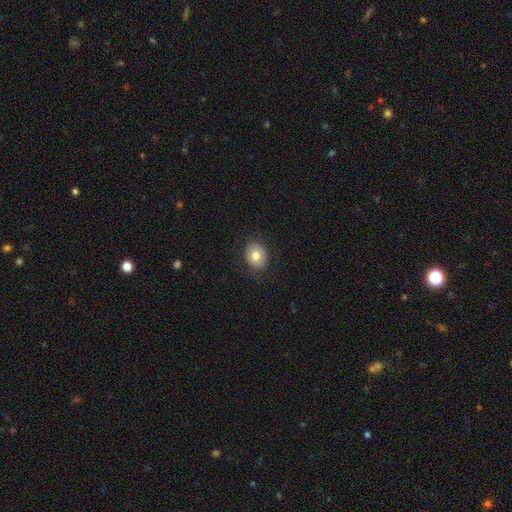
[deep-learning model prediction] smooth-or-featured: smooth: 74% | featured or disk: 18% | star or artifact: 8%
  how-rounded: round: 53% | in between: 46% | cigar-shaped: 1%
  merging: none: 81% | minor disturbance: 13% | major disturbance: 5% | merger: 1%